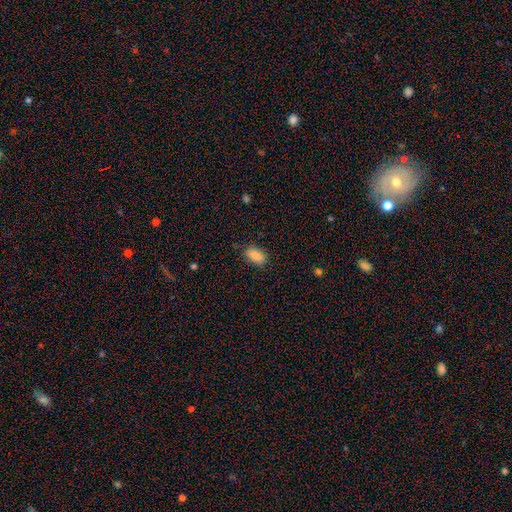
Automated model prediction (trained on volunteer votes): The model was most divided on "merging": none: 80%, minor disturbance: 15%, major disturbance: 3%, merger: 1%. More confident: how rounded — in between (90%); smooth or featured — smooth (86%).